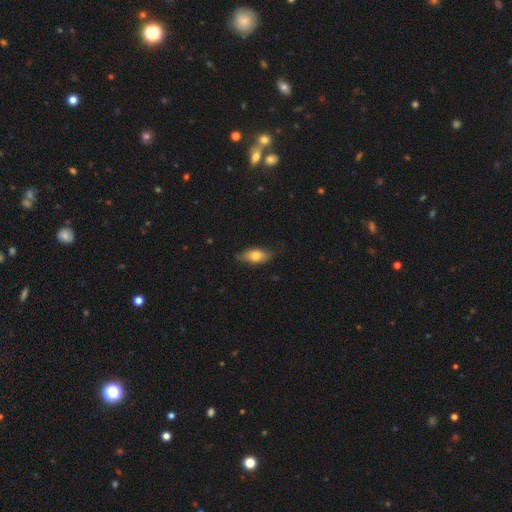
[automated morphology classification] Smooth or featured? Predicted: smooth (p=0.71). How rounded? Predicted: in between (p=0.84). Merging? Predicted: none (p=0.75).